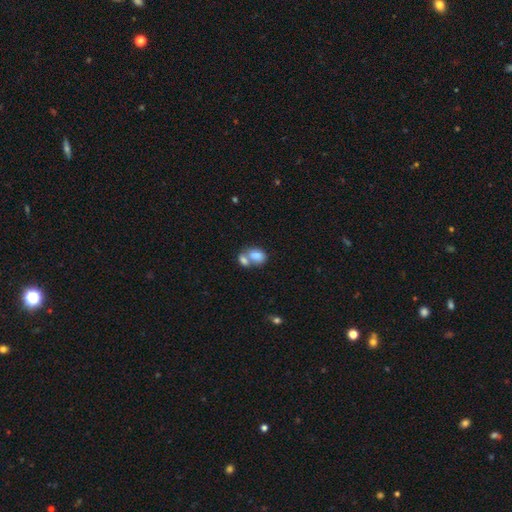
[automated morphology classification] A smooth galaxy with no disk features (79%) that is in between round and cigar-shaped (80%).

Vote fractions:
- Smooth or featured? smooth: 79% / featured or disk: 12% / star or artifact: 8%
- How rounded? in between: 80% / round: 19% / cigar-shaped: 1%
- Merging? merger: 64% / none: 23% / minor disturbance: 8% / major disturbance: 4%